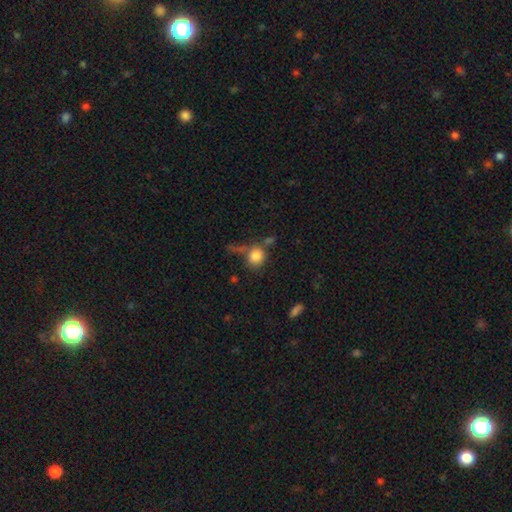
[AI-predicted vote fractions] Smooth or featured: smooth — 83% (star or artifact — 10%)
How rounded: round — 82% (in between — 17%)
Merging: none — 58% (merger — 17%)